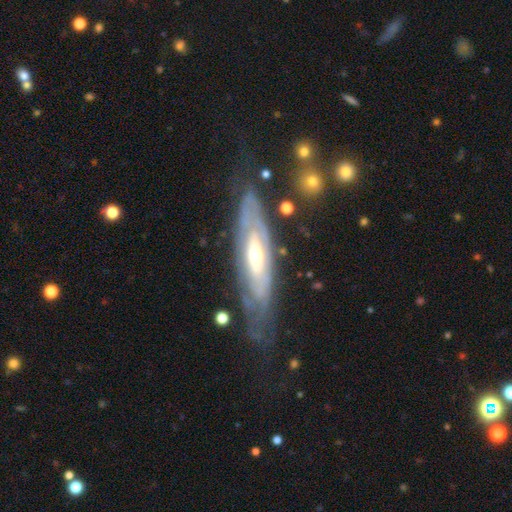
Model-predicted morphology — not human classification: Smooth or featured? Predicted: featured or disk (p=0.81). Edge-on disk? Predicted: no (p=0.67). Bar? Predicted: no (p=0.59). Spiral arms? Predicted: yes (p=0.74). Bulge size? Predicted: moderate (p=0.54). Merging? Predicted: none (p=0.71).